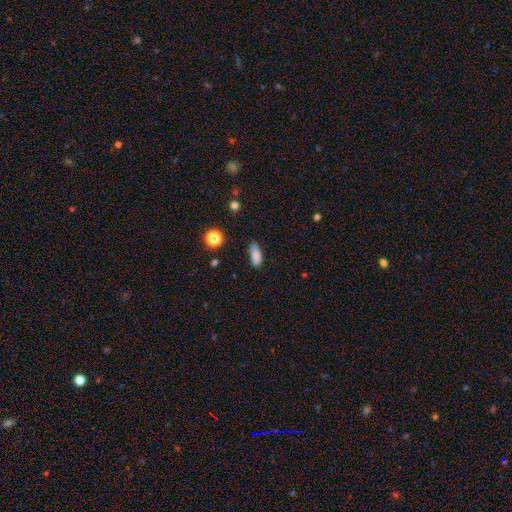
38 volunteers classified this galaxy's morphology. Smooth or featured? 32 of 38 (84%) said smooth. How rounded? 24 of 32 (75%) said in between. Merging? 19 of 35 (54%) said none.